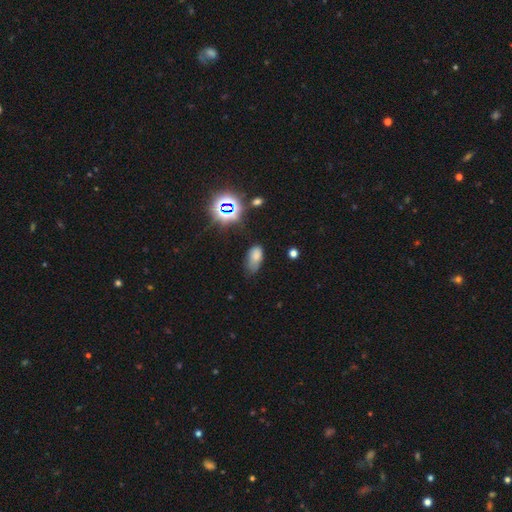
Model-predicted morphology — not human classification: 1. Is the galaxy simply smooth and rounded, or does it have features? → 68% smooth, 20% star or artifact, 12% featured or disk.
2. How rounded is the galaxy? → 90% in between, 6% round, 4% cigar-shaped.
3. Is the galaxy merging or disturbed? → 43% none, 38% minor disturbance, 15% major disturbance, 3% merger.